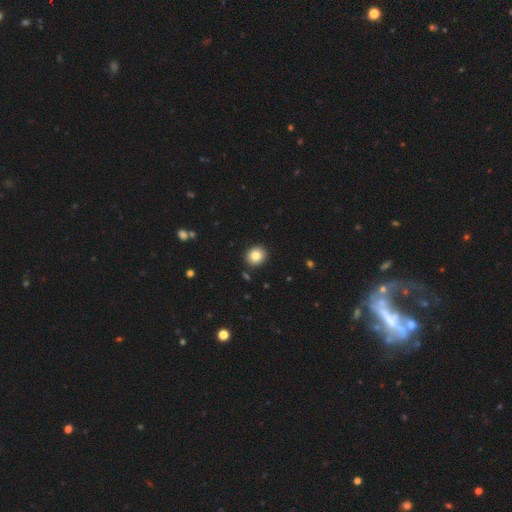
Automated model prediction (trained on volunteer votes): A smooth galaxy with no disk features (83%) that is round (80%).

Vote fractions:
- Smooth or featured? smooth: 83% / star or artifact: 10% / featured or disk: 7%
- How rounded? round: 80% / in between: 19% / cigar-shaped: 1%
- Merging? none: 91% / minor disturbance: 6% / major disturbance: 2% / merger: 2%